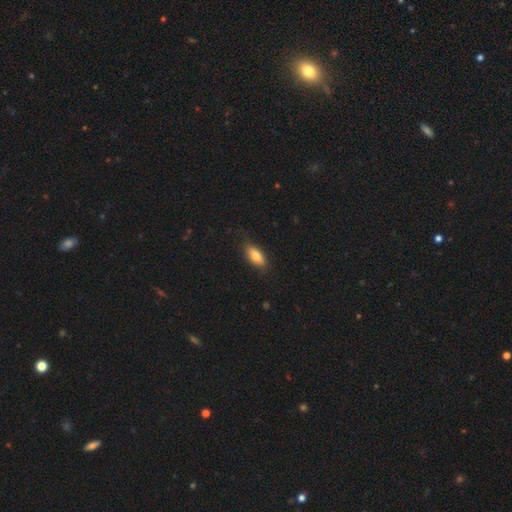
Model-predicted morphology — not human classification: Smooth or featured?
  - smooth: 81% *
  - featured or disk: 12%
  - star or artifact: 7%
How rounded?
  - in between: 83% *
  - cigar-shaped: 14%
  - round: 3%
Merging?
  - none: 80% *
  - minor disturbance: 15%
  - major disturbance: 3%
  - merger: 1%